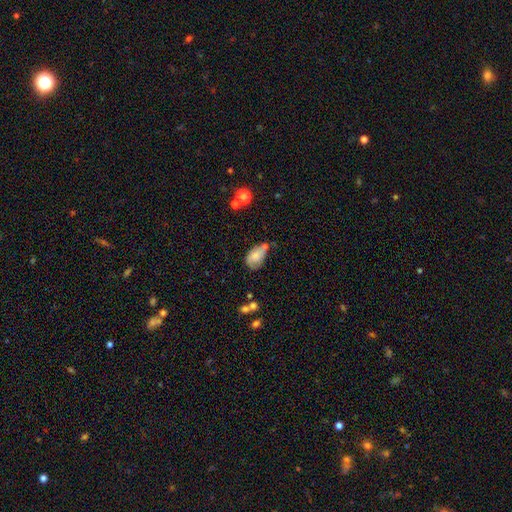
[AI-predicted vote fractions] Smooth or featured?
  - smooth: 72% *
  - featured or disk: 19%
  - star or artifact: 9%
How rounded?
  - in between: 87% *
  - round: 11%
  - cigar-shaped: 2%
Merging?
  - none: 36% * (tied)
  - minor disturbance: 36% * (tied)
  - merger: 16%
  - major disturbance: 13%